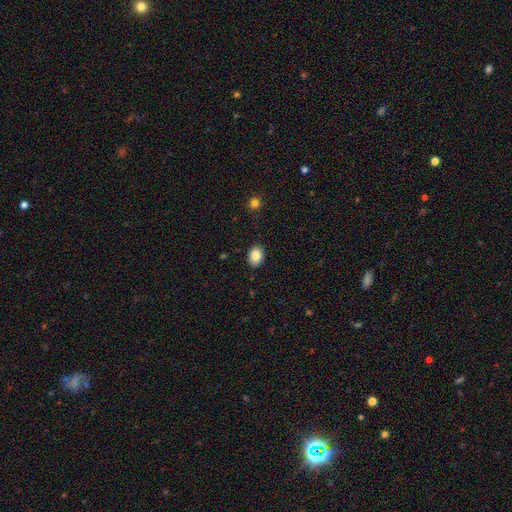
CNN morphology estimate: Smooth or featured? Predicted: smooth (p=0.87). How rounded? Predicted: in between (p=0.65). Merging? Predicted: none (p=0.88).